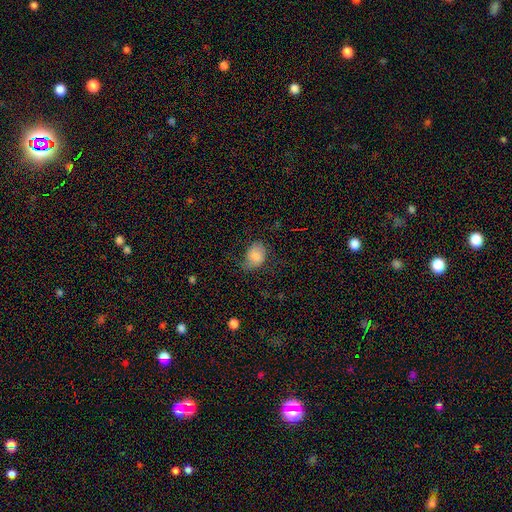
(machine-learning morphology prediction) Q: Smooth or featured?
A: smooth (79%); runner-up: featured or disk (13%)
Q: How rounded?
A: in between (71%); runner-up: round (28%)
Q: Merging?
A: none (47%); runner-up: minor disturbance (34%)